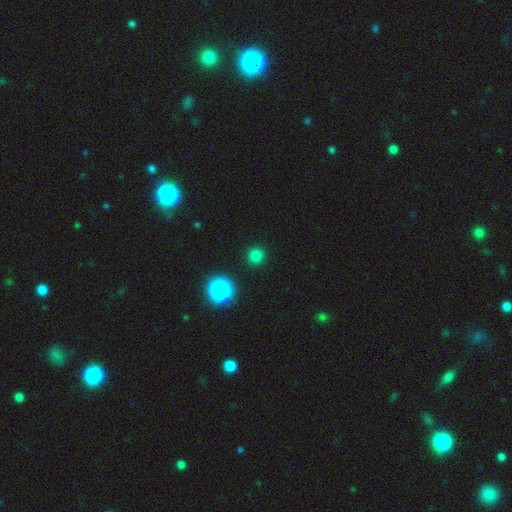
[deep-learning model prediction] Overall: smooth (78%). How rounded: round (94%). Merging: none (92%).